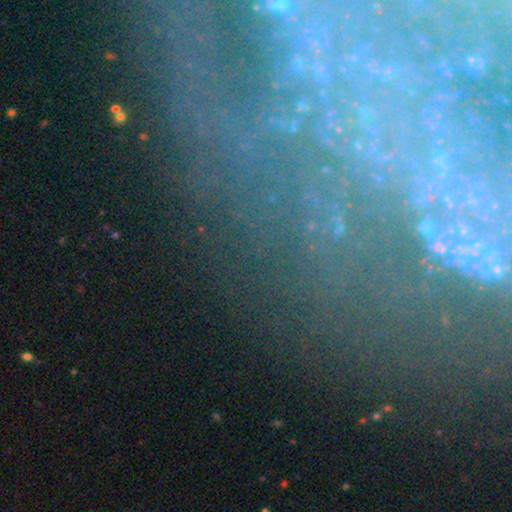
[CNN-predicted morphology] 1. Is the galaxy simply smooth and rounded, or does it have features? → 41% star or artifact (tied), 41% featured or disk (tied), 18% smooth.